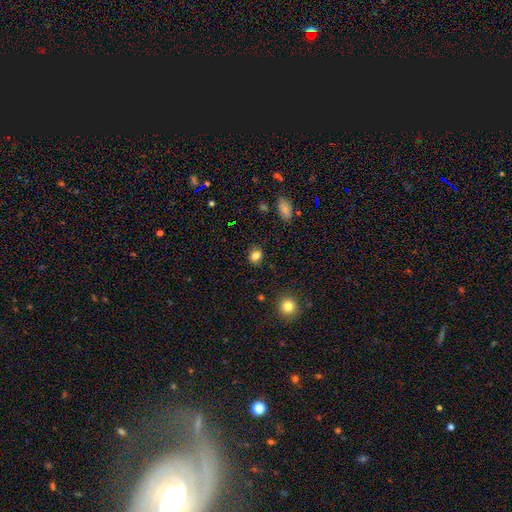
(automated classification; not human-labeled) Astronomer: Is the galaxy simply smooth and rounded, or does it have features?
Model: smooth — 82%.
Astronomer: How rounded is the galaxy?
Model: in between — 50% (runner-up: round, 49%).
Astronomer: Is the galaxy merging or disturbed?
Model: none — 83%.